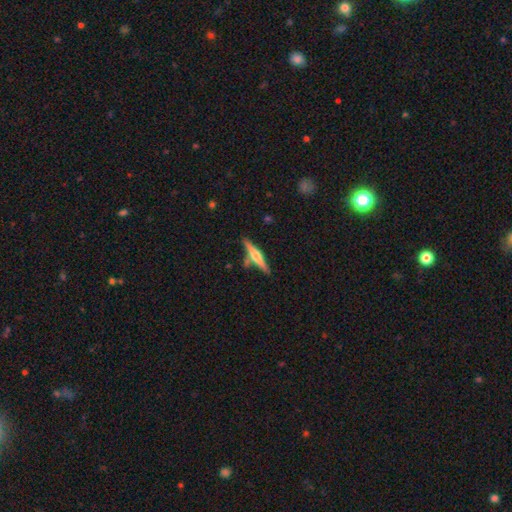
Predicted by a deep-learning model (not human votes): This appears to be a featured or disk galaxy (60%) viewed edge-on (97%) with a rounded central bulge (86%). Merging: none (77%).